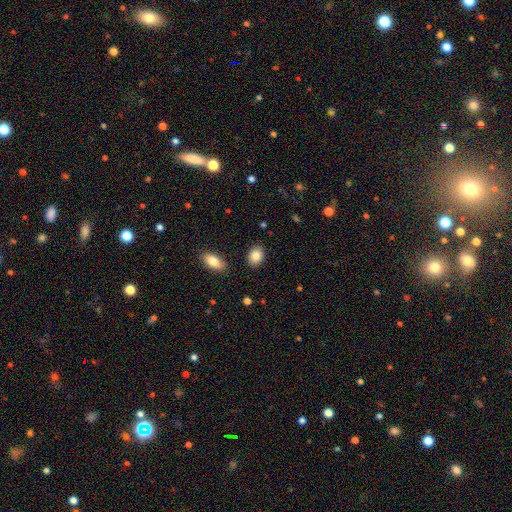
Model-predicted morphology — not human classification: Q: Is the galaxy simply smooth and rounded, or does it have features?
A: smooth — 86%.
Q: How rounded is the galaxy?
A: in between — 71%.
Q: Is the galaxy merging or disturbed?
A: none — 88%.